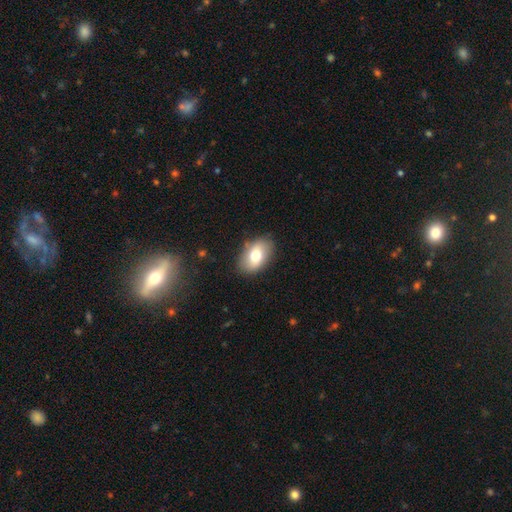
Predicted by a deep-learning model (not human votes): Morphology: type=smooth (72%); roundness=in between (90%); merging=none (82%).